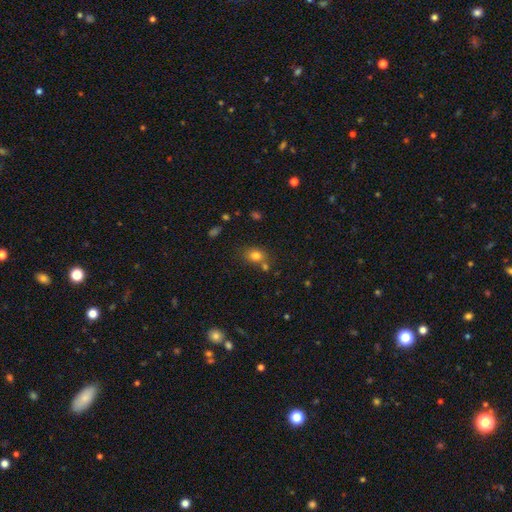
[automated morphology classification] A smooth galaxy with no disk features (79%) that is in between round and cigar-shaped (51%). Merging: none (63%).